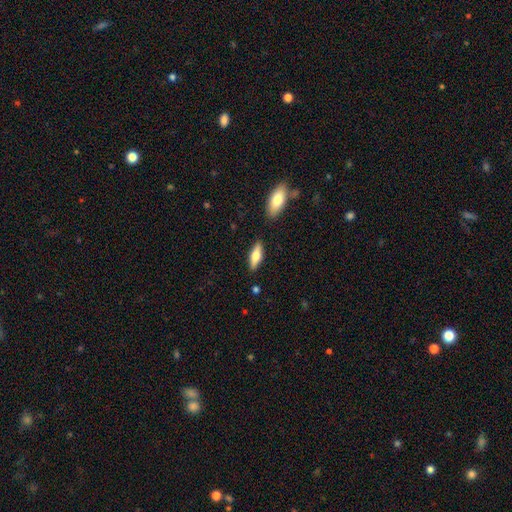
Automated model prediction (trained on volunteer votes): Smooth or featured? Predicted: smooth (p=0.60). How rounded? Predicted: in between (p=0.57). Merging? Predicted: none (p=0.86).